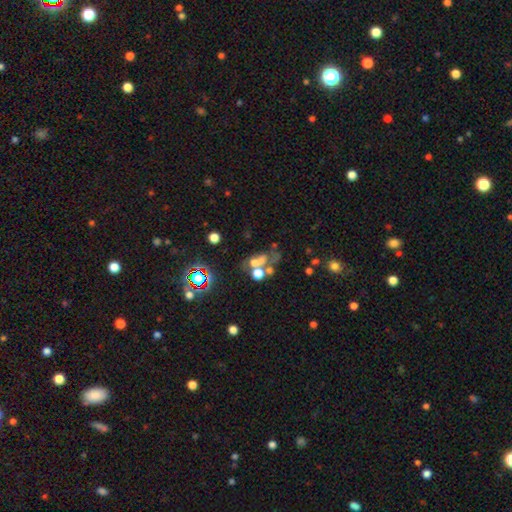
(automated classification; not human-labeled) Smooth or featured?
  - smooth: 42% *
  - star or artifact: 30%
  - featured or disk: 28%
Merging?
  - merger: 46% *
  - none: 31%
  - major disturbance: 12%
  - minor disturbance: 11%